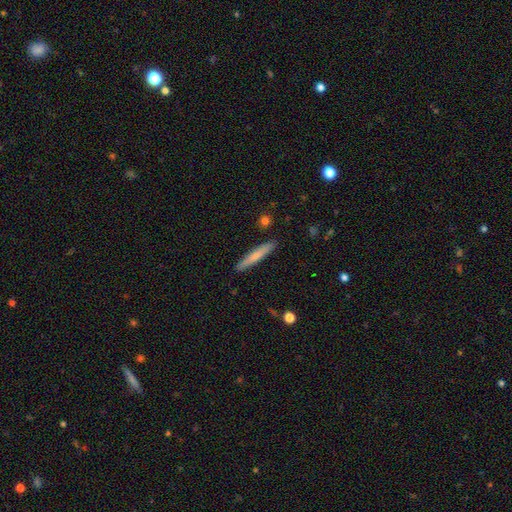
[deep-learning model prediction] smooth-or-featured: smooth: 63% | featured or disk: 31% | star or artifact: 6%
  how-rounded: cigar-shaped: 94% | in between: 5% | round: 1%
  merging: none: 90% | minor disturbance: 7% | major disturbance: 1% | merger: 1%